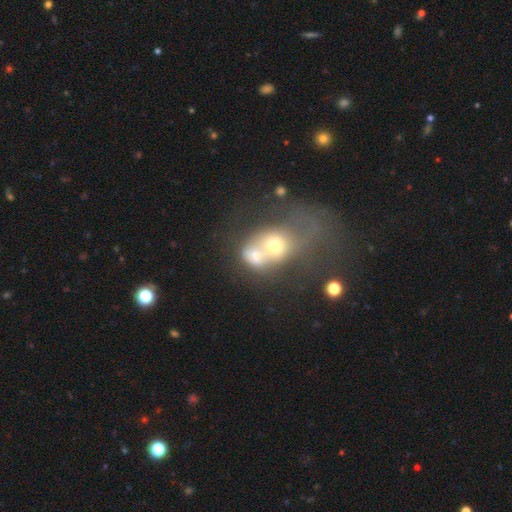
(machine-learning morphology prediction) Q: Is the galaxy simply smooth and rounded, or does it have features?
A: smooth — 56%.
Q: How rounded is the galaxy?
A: in between — 50%.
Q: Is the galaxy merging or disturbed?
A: merger — 74%.